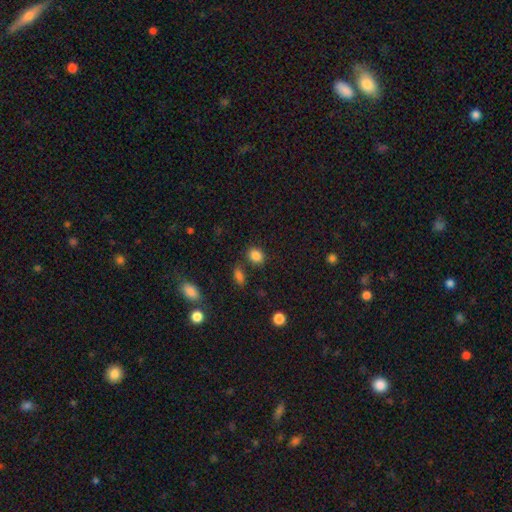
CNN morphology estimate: Smooth or featured: smooth — 85% (star or artifact — 11%)
How rounded: in between — 52% (round — 47%)
Merging: none — 75% (minor disturbance — 13%)